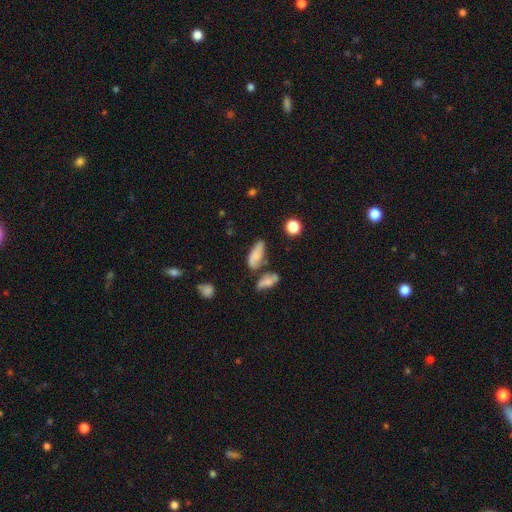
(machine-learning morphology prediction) This is likely a smooth galaxy (70%). How rounded: likely in between (73%). Merging: possibly none (46%).